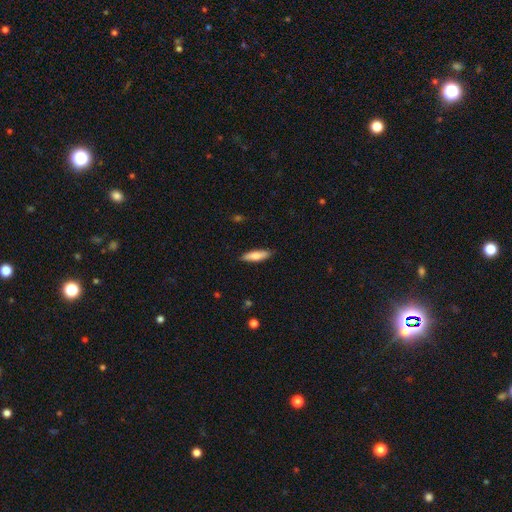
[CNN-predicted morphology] A smooth galaxy with no disk features (76%) that is cigar-shaped (64%).

Vote fractions:
- Smooth or featured? smooth: 76% / featured or disk: 18% / star or artifact: 6%
- How rounded? cigar-shaped: 64% / in between: 34% / round: 2%
- Merging? none: 87% / minor disturbance: 10% / major disturbance: 2% / merger: 1%